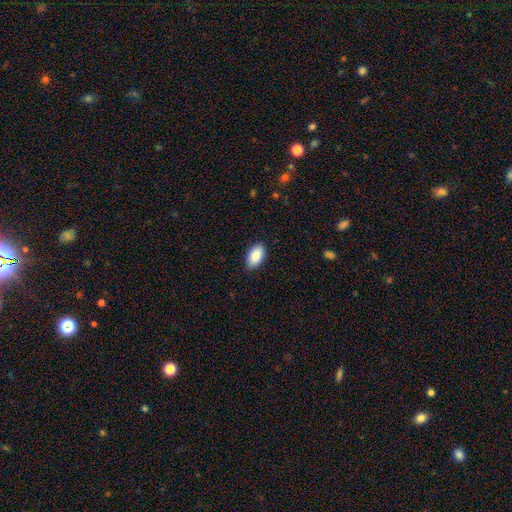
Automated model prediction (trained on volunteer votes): Smooth or featured: smooth — 88% (star or artifact — 7%)
How rounded: in between — 94% (round — 4%)
Merging: none — 87% (minor disturbance — 10%)